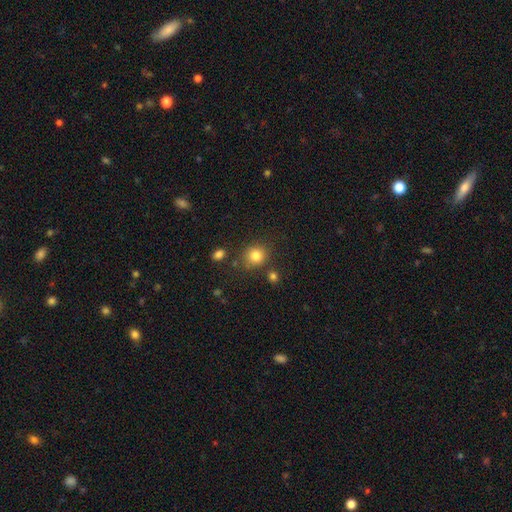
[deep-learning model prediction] A smooth galaxy with no disk features (82%) that is round (84%). Merging: none (78%).